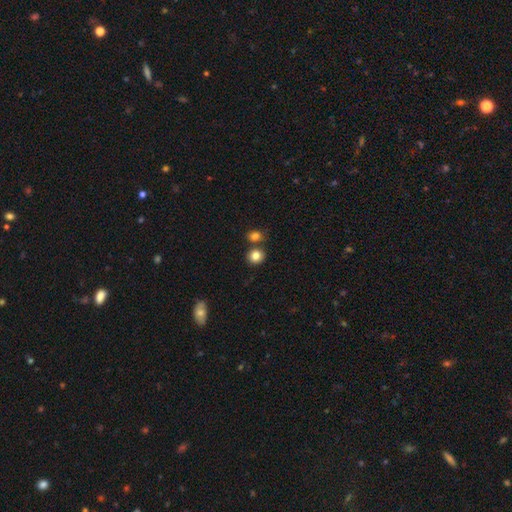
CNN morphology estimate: This appears to be a smooth galaxy with no disk features (84%) that is round (81%). Merging: none (72%).